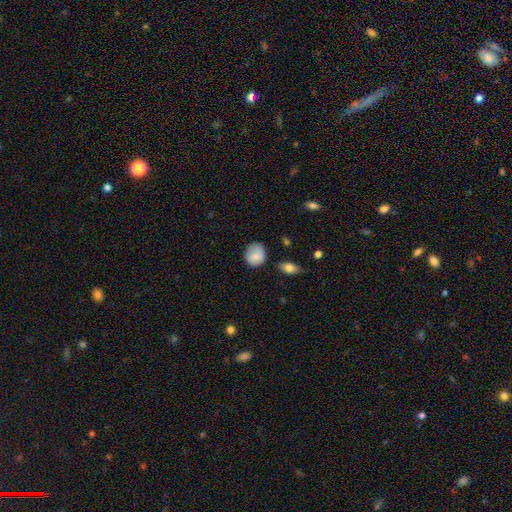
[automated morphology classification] A smooth galaxy with no disk features (82%) that is round (74%). Merging: none (67%).